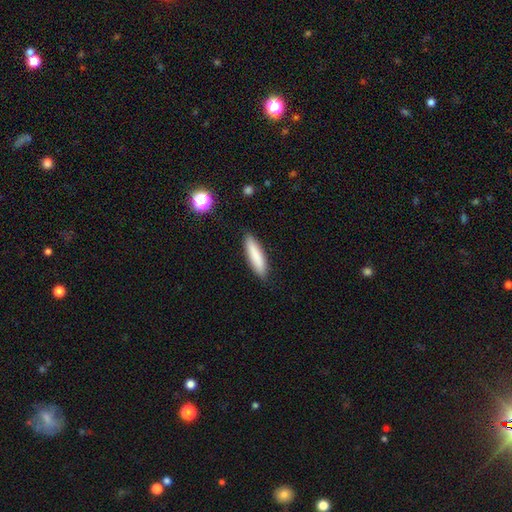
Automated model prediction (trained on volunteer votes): Overall: smooth (84%). How rounded: cigar-shaped (73%). Merging: none (86%).